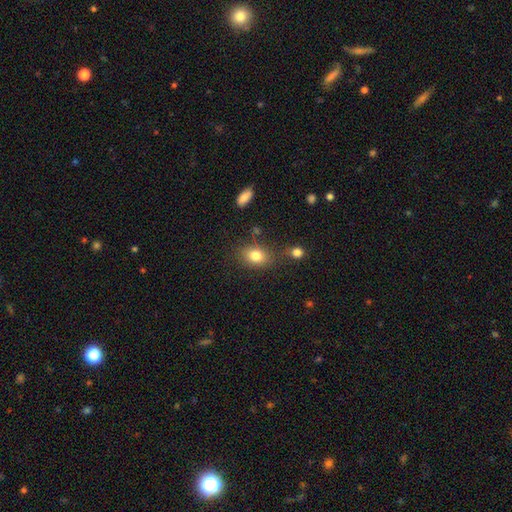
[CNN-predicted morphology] A smooth galaxy with no disk features (80%) that is in between round and cigar-shaped (66%). Merging: none (73%).